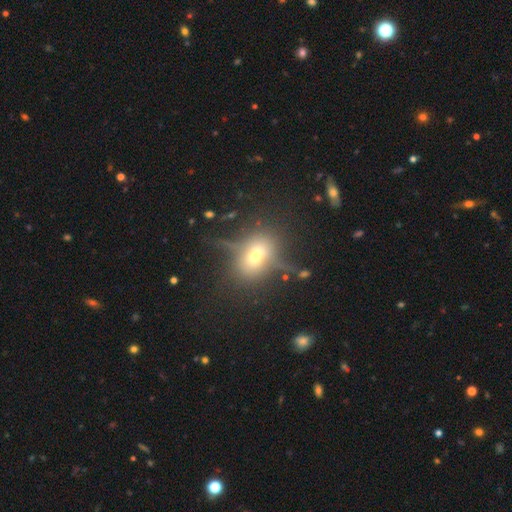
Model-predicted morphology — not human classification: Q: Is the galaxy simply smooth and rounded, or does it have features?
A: smooth — 55%.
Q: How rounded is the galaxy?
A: in between — 54%.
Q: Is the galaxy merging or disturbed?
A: none — 63%.